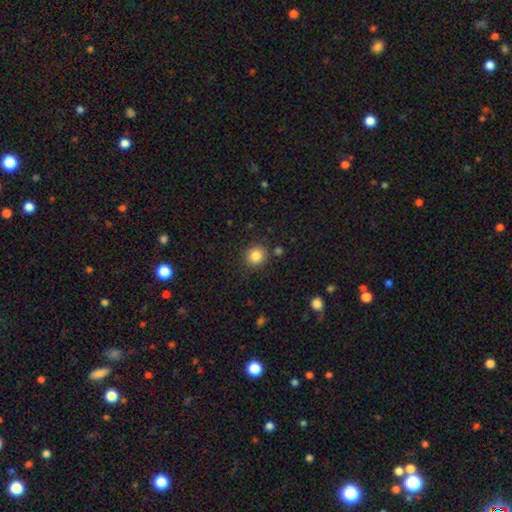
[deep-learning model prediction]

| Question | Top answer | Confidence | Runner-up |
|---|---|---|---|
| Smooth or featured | smooth | 84% | star or artifact (11%) |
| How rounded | round | 90% | in between (9%) |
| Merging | none | 86% | minor disturbance (8%) |